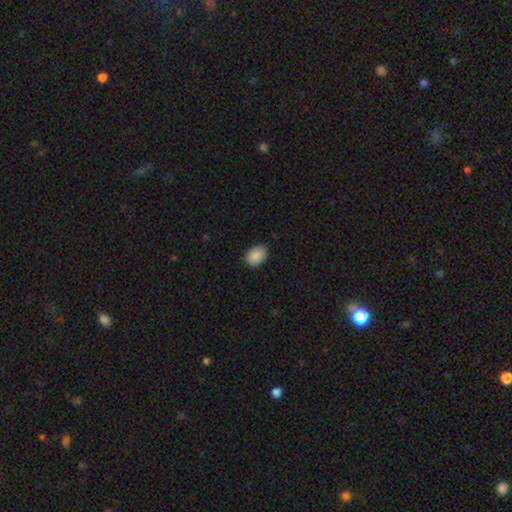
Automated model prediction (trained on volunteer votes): Morphology: type=smooth (89%); roundness=in between (67%); merging=none (85%).